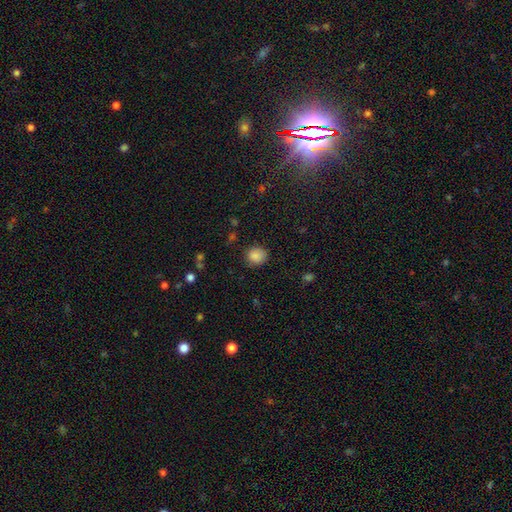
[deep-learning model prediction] Smooth or featured? smooth (86%)
How rounded? round (77%)
Merging? none (84%)